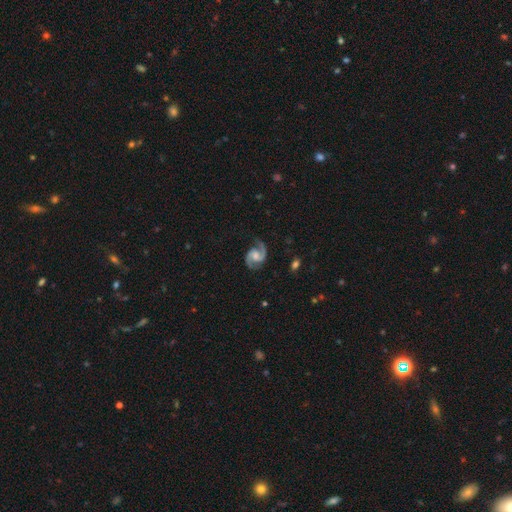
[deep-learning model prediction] featured or disk 92%, smooth 4%, star or artifact 4%. Down the decision tree: edge-on disk — no (98%); bar — no (47%); spiral arms — yes (98%); spiral arm count — 2 (93%); spiral winding — medium (60%); bulge size — moderate (47%); merging — none (79%).